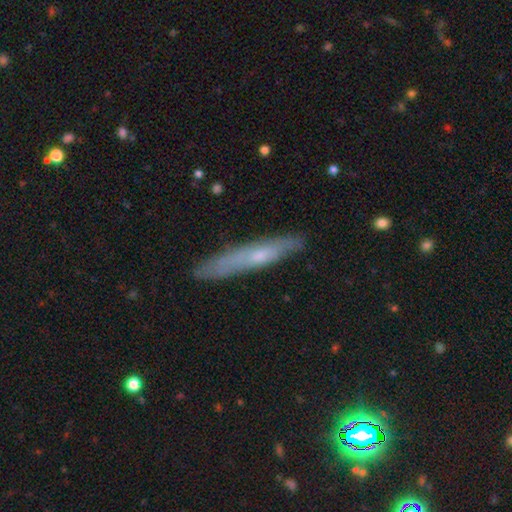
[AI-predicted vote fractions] Smooth or featured? featured or disk (48%)
Merging? none (84%)